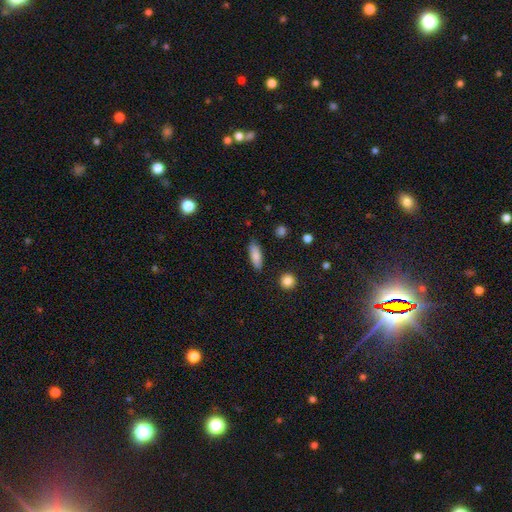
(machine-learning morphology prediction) This appears to be a smooth galaxy with no disk features (84%) that is in between round and cigar-shaped (61%). Merging: none (85%).